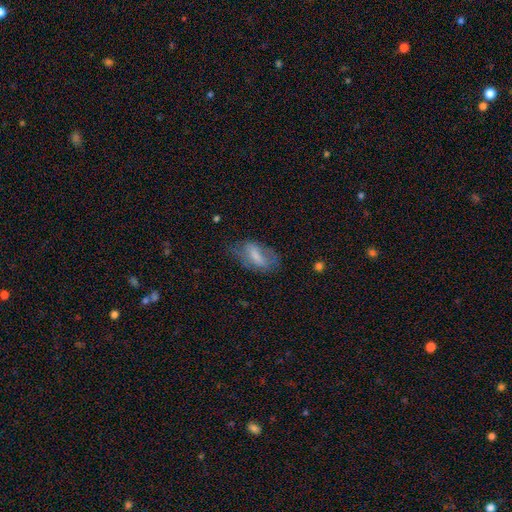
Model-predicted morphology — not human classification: Q: Smooth or featured?
A: smooth (55%); runner-up: featured or disk (37%)
Q: How rounded?
A: in between (86%); runner-up: cigar-shaped (10%)
Q: Merging?
A: none (53%); runner-up: minor disturbance (29%)